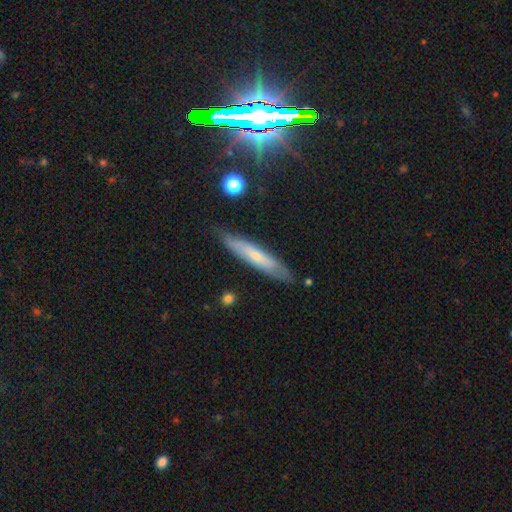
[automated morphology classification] This is possibly a featured or disk galaxy (48%). Merging: clearly none (80%).